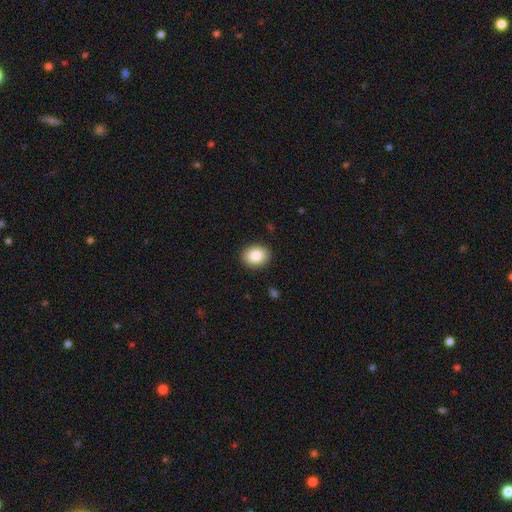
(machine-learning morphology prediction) A smooth galaxy with no disk features (86%) that is round (50%). Merging: none (90%).